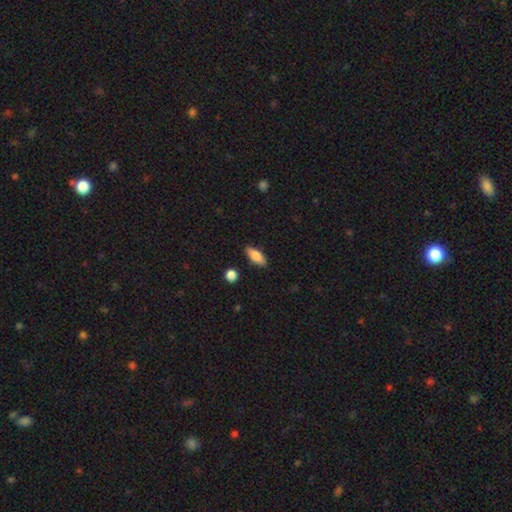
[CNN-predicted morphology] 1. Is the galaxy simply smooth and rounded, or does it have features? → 81% smooth, 12% featured or disk, 7% star or artifact.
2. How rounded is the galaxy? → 74% in between, 23% cigar-shaped, 3% round.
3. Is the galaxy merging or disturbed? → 86% none, 10% minor disturbance, 2% major disturbance, 2% merger.